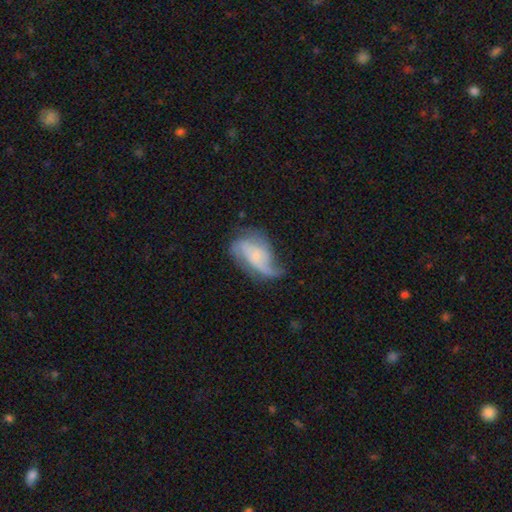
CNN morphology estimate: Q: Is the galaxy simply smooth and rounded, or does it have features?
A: featured or disk — 66%.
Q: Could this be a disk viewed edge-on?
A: no — 96%.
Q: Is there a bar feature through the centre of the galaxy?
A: no — 60%.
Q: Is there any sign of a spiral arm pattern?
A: yes — 84%.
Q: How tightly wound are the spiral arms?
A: loose — 59%.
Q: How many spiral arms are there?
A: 2 — 51%.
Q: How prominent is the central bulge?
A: small — 55%.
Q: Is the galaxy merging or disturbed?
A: none — 35%.